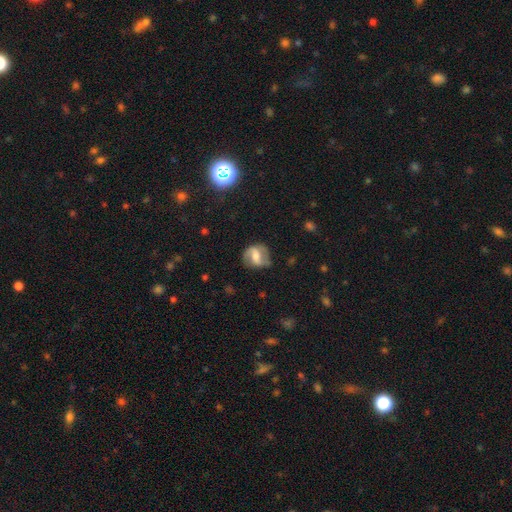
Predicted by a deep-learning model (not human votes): smooth_or_featured: featured or disk (p=0.58) [alt: smooth p=0.35]
disk_edge_on: no (p=0.95) [alt: yes p=0.05]
bar: strong (p=0.41) [alt: weak p=0.40]
has_spiral_arms: yes (p=0.75) [alt: no p=0.25]
bulge_size: moderate (p=0.47) [alt: small p=0.22]
merging: none (p=0.70) [alt: minor disturbance p=0.20]